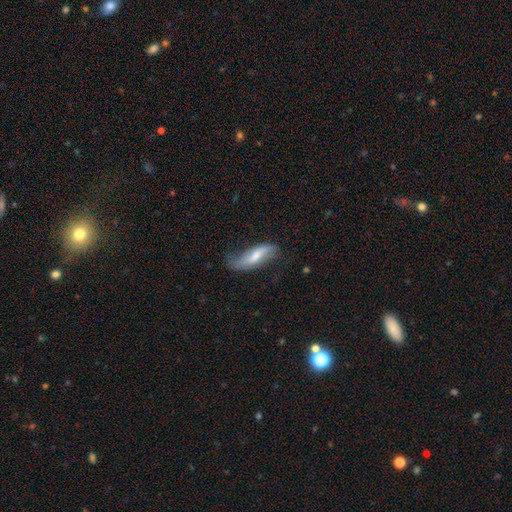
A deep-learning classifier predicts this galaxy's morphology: The model was most divided on "bulge size": small: 42%, moderate: 40%, none: 12%, large: 5%, dominant: 2%. Remaining: spiral arms — yes (87%); edge-on disk — no (84%); smooth or featured — featured or disk (64%); merging — none (55%); bar — weak (40%).